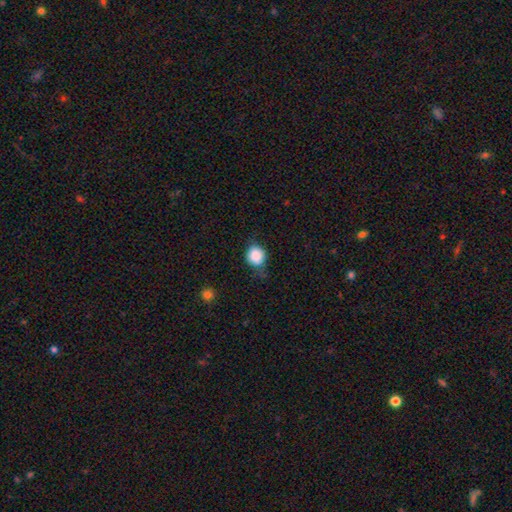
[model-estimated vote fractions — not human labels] Overall: smooth (85%). How rounded: round (79%). Merging: none (61%; minor disturbance 29%).